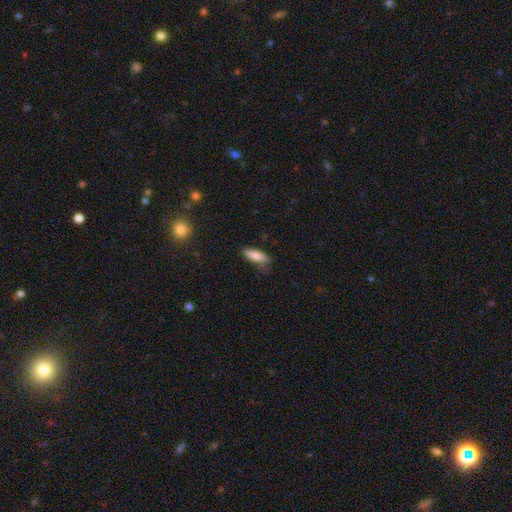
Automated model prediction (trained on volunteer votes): Smooth or featured? smooth (82%)
How rounded? in between (57%)
Merging? none (63%)